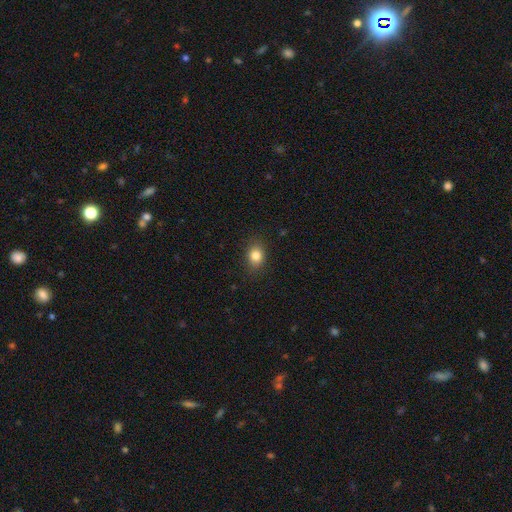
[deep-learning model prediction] Smooth or featured? Predicted: smooth (p=0.83). How rounded? Predicted: in between (p=0.59). Merging? Predicted: none (p=0.85).